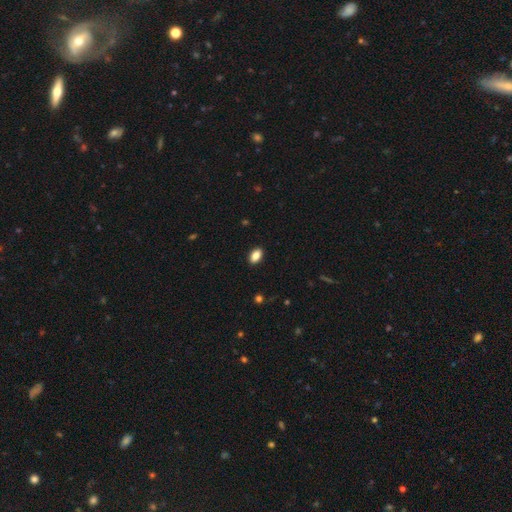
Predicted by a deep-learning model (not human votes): Q: Smooth or featured?
A: smooth (87%); runner-up: star or artifact (8%)
Q: How rounded?
A: in between (90%); runner-up: round (7%)
Q: Merging?
A: none (90%); runner-up: minor disturbance (7%)